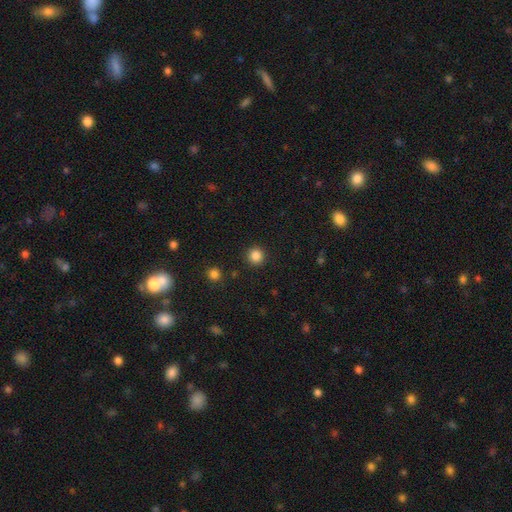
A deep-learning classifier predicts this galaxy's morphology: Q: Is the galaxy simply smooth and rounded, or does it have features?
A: smooth — 85%.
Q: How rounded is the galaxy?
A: round — 94%.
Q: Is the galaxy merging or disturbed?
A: none — 92%.